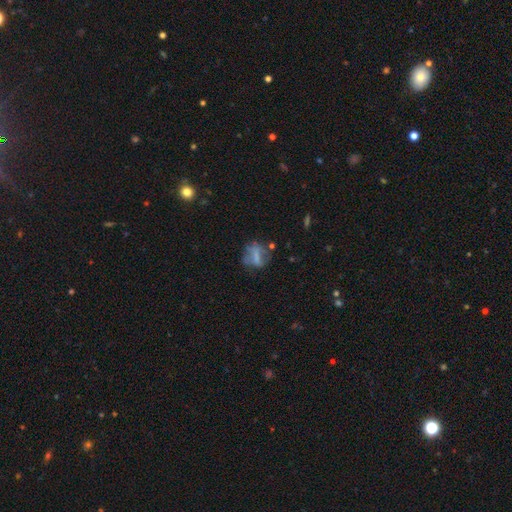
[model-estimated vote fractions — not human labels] This appears to be a smooth galaxy with no disk features (45%). Merging: none (46%).